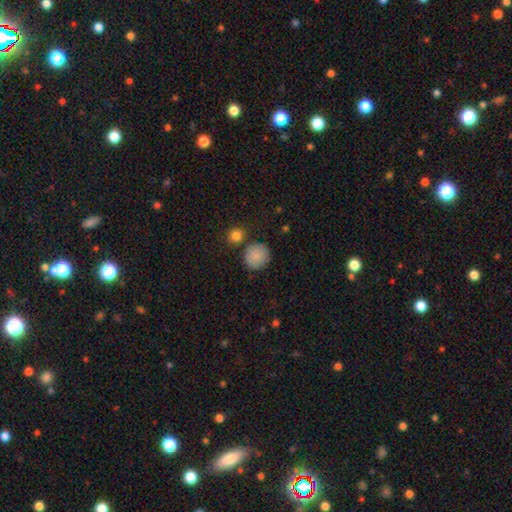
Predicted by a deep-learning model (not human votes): A smooth galaxy with no disk features (87%) that is round (89%). Merging: none (78%).